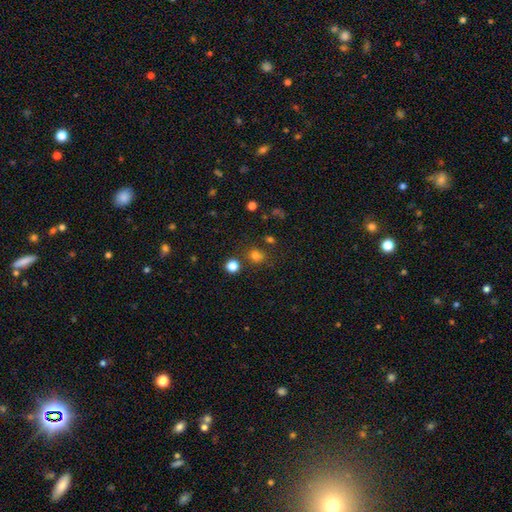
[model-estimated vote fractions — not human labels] Smooth or featured? smooth (75%)
How rounded? round (81%)
Merging? none (75%)